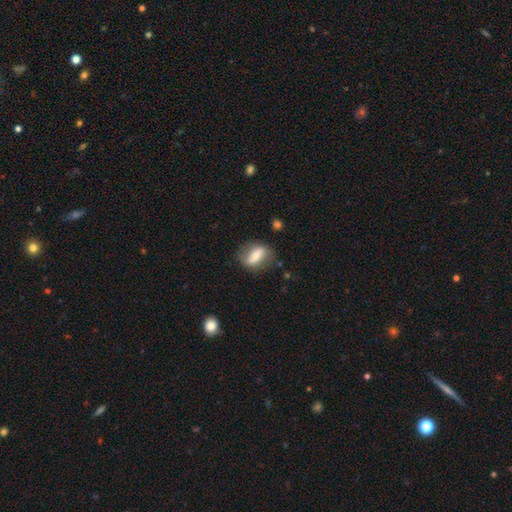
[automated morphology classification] Smooth or featured? smooth (51%)
How rounded? in between (66%)
Merging? none (77%)